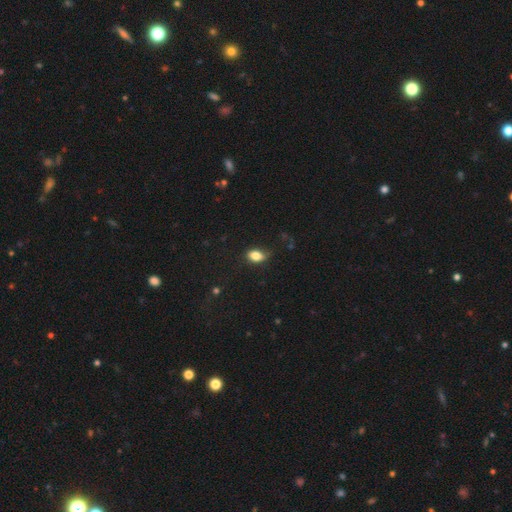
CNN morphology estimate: This appears to be a smooth galaxy with no disk features (83%) that is in between round and cigar-shaped (83%). Merging: none (72%).